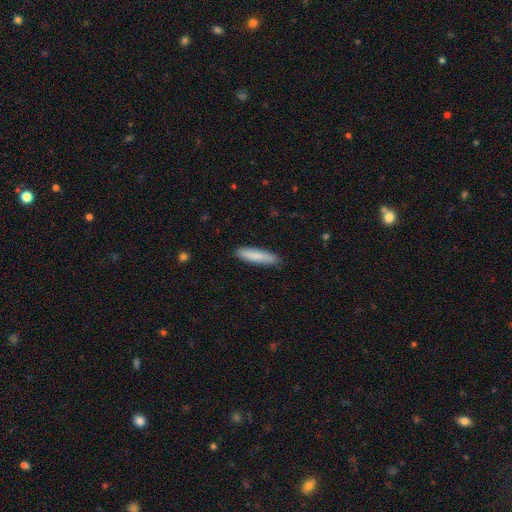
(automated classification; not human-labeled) smooth 85%, featured or disk 10%, star or artifact 5%. Down the decision tree: how rounded — cigar-shaped (83%); merging — none (88%).